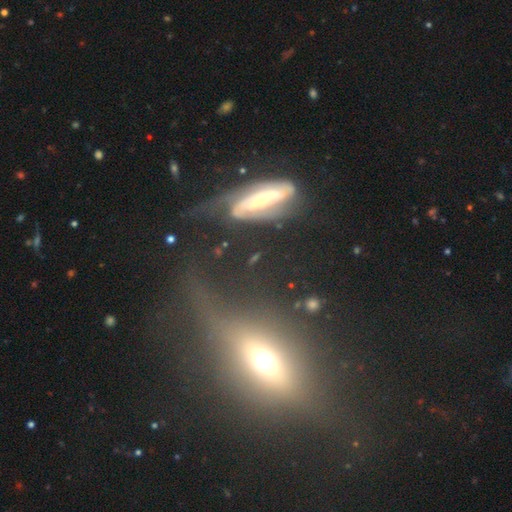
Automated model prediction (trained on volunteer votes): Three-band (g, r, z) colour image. It shows a featured or disk galaxy (67%). Merging: major disturbance (37%).